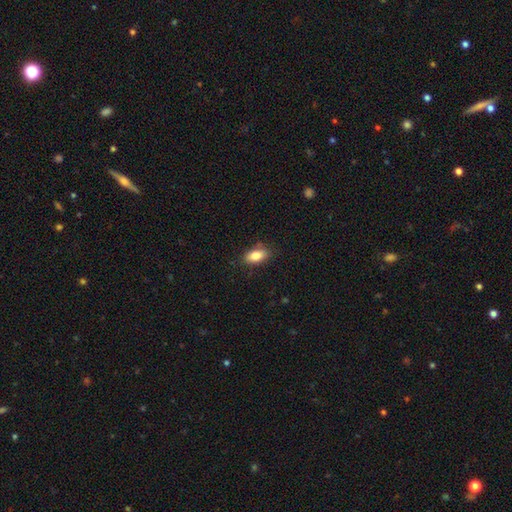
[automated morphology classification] Smooth or featured? Predicted: smooth (p=0.82). How rounded? Predicted: in between (p=0.89). Merging? Predicted: none (p=0.83).